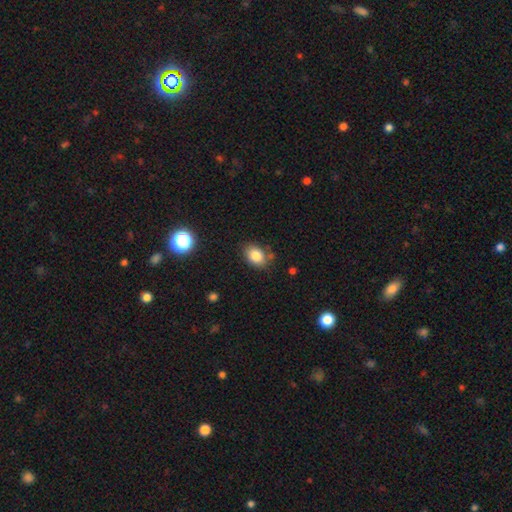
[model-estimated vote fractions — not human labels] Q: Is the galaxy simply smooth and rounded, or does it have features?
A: smooth — 83%.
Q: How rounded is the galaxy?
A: in between — 73%.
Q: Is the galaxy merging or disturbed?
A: none — 75%.